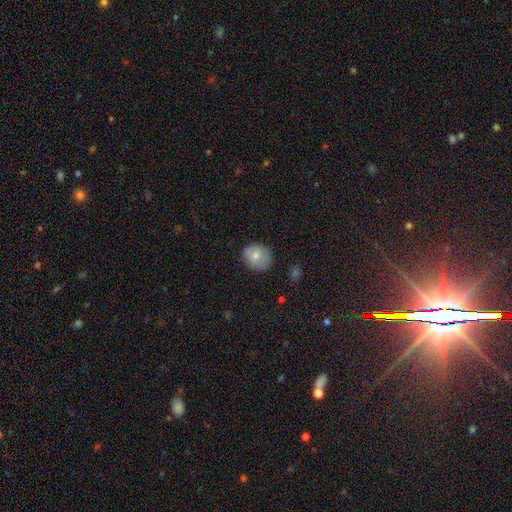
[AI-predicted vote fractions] The model was most divided on "how rounded": round: 74%, in between: 25%, cigar-shaped: 1%. More confident: smooth or featured — smooth (74%); merging — none (73%).